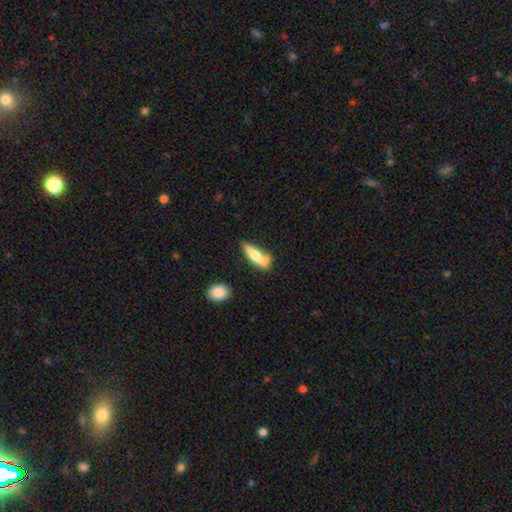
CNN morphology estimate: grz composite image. It shows a smooth galaxy with no disk features (64%) that is cigar-shaped (58%). Merging: none (50%).